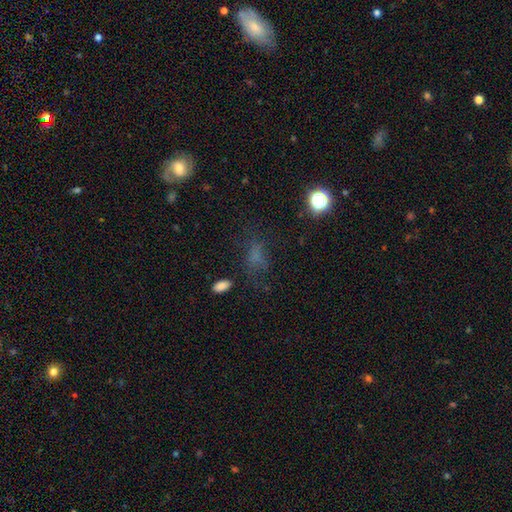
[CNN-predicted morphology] A smooth galaxy with no disk features (55%) that is in between round and cigar-shaped (72%). Merging: none (52%).